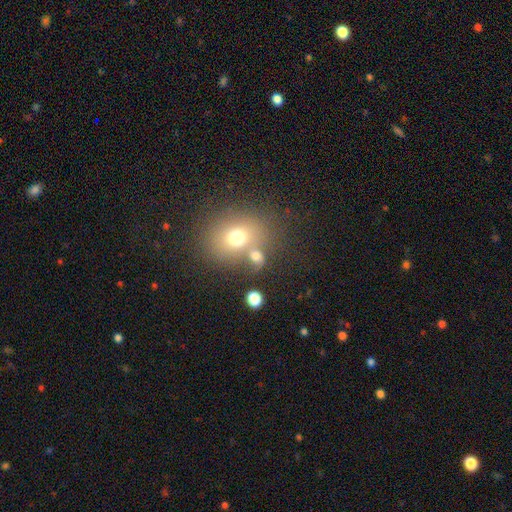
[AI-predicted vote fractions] The model was most divided on "how rounded": round: 56%, in between: 42%, cigar-shaped: 1%. More confident: smooth or featured — smooth (71%); merging — none (52%).